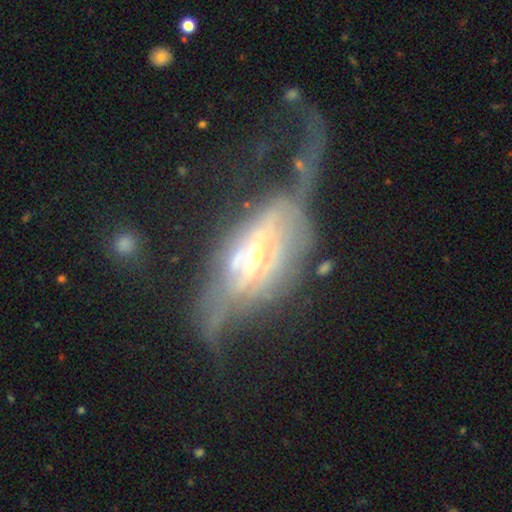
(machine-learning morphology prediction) Smooth or featured? Predicted: featured or disk (p=0.77). Edge-on disk? Predicted: no (p=0.61). Merging? Predicted: major disturbance (p=0.56).